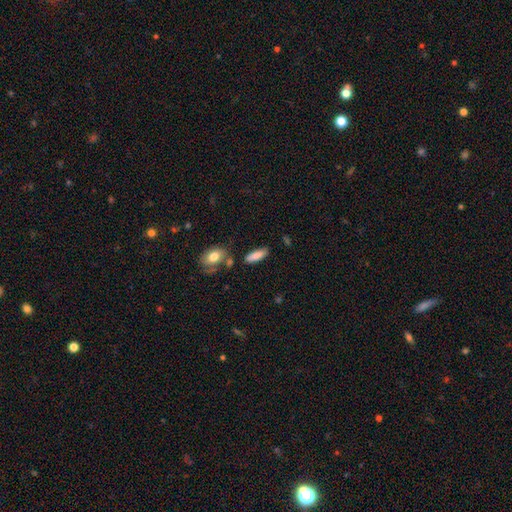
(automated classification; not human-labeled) Morphology: type=smooth (85%); roundness=in between (63%); merging=none (77%).